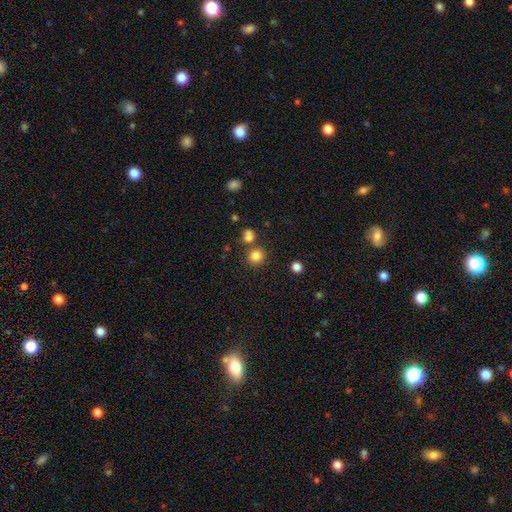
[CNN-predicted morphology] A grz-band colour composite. It shows a smooth galaxy with no disk features (82%) that is round (89%). Merging: none (75%).